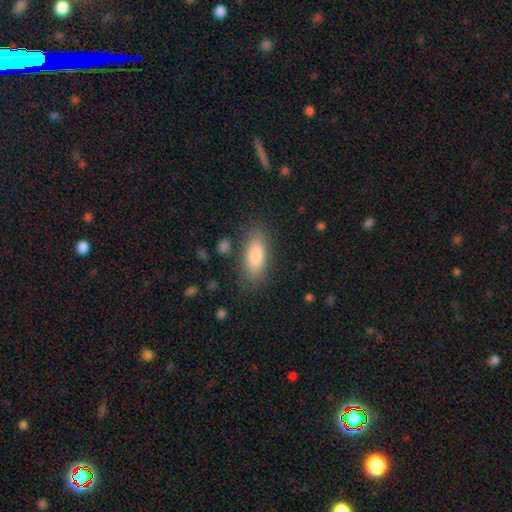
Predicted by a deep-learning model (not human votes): Smooth or featured: smooth — 81% (featured or disk — 11%)
How rounded: in between — 79% (cigar-shaped — 18%)
Merging: none — 84% (minor disturbance — 11%)